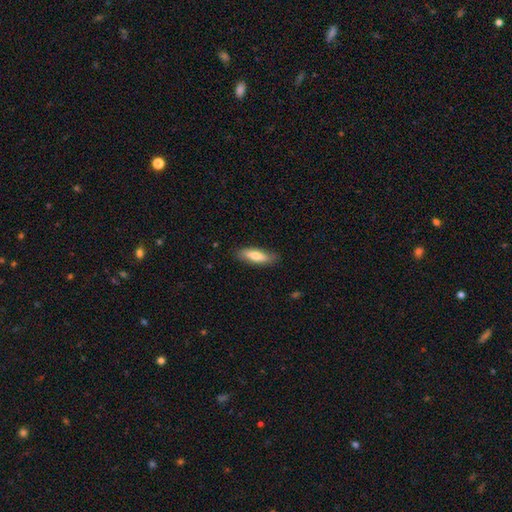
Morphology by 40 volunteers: Smooth or featured?
  - smooth: 80% *
  - featured or disk: 18%
  - star or artifact: 2%
How rounded?
  - in between: 53% *
  - cigar-shaped: 44%
  - round: 3%
Merging?
  - none: 82% *
  - minor disturbance: 13%
  - merger: 5%
  - major disturbance: 0%